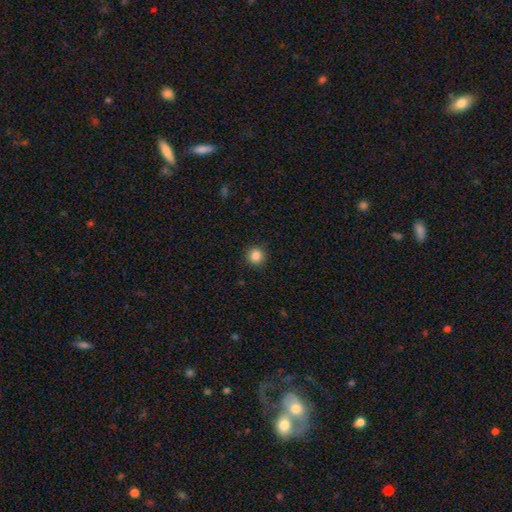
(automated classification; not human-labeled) The model was most divided on "smooth or featured": smooth: 87%, star or artifact: 11%, featured or disk: 3%. More confident: how rounded — round (93%); merging — none (91%).